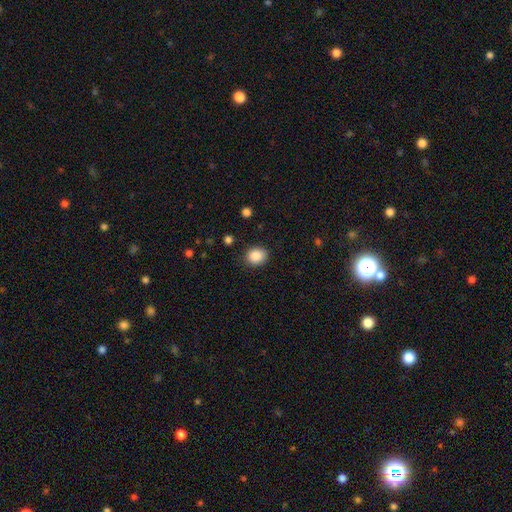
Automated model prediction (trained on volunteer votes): This appears to be a smooth galaxy with no disk features (87%) that is round (67%). Merging: none (85%).